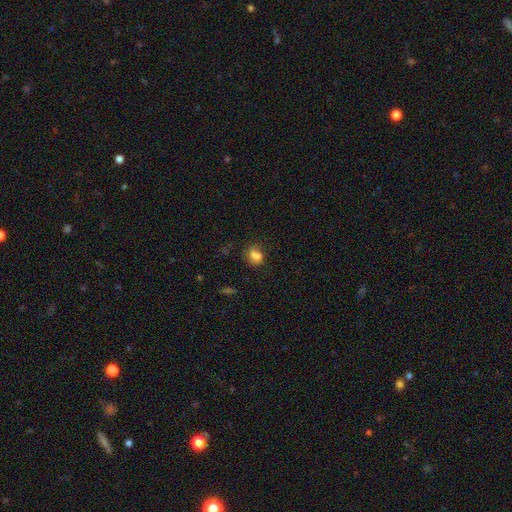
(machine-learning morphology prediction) Smooth or featured? Predicted: smooth (p=0.77). How rounded? Predicted: in between (p=0.55). Merging? Predicted: none (p=0.54).